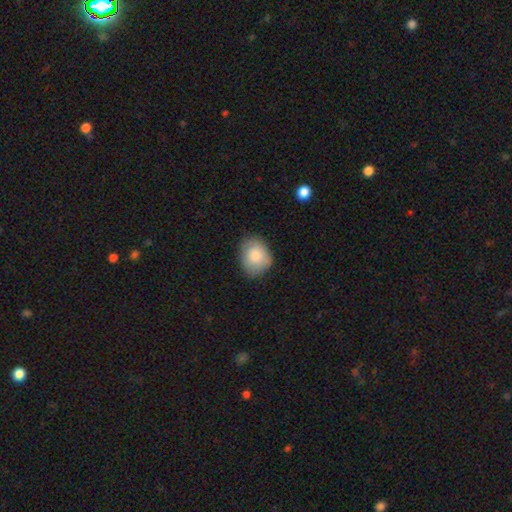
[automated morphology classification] Smooth or featured: smooth — 83% (featured or disk — 10%)
How rounded: round — 50% (in between — 49%)
Merging: none — 75% (minor disturbance — 20%)